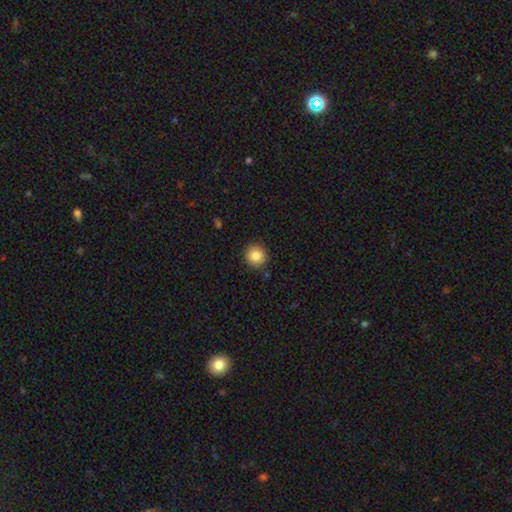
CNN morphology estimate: type=smooth (85%); roundness=round (93%); merging=none (90%).